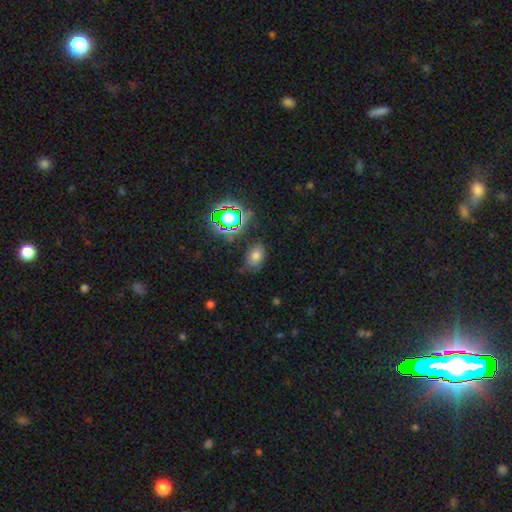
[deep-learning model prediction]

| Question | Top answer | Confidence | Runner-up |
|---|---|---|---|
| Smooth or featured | smooth | 67% | star or artifact (23%) |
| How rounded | in between | 80% | round (19%) |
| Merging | none | 71% | minor disturbance (20%) |